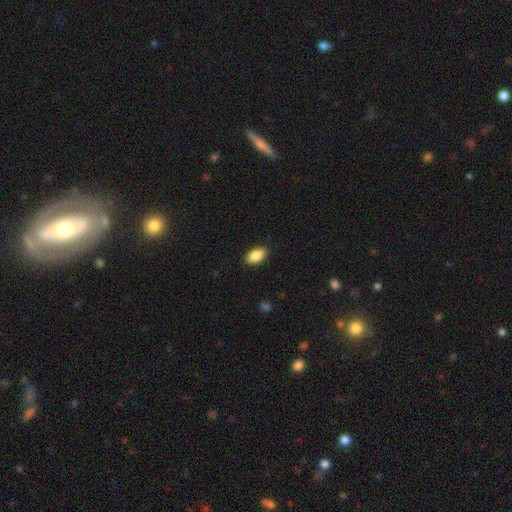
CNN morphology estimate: type=smooth (87%); roundness=in between (91%); merging=none (88%).